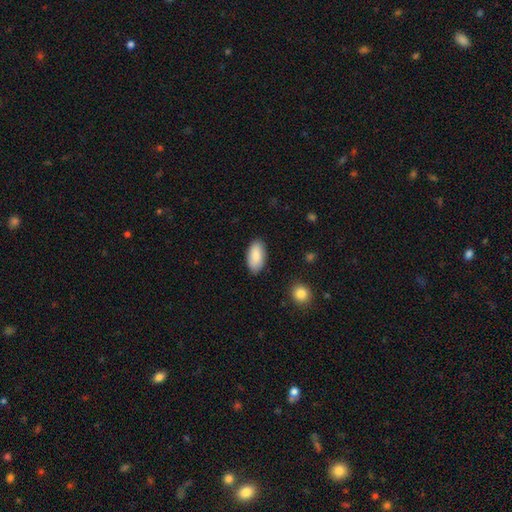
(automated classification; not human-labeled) Q: Smooth or featured?
A: smooth (87%); runner-up: featured or disk (7%)
Q: How rounded?
A: in between (93%); runner-up: cigar-shaped (5%)
Q: Merging?
A: none (86%); runner-up: minor disturbance (10%)